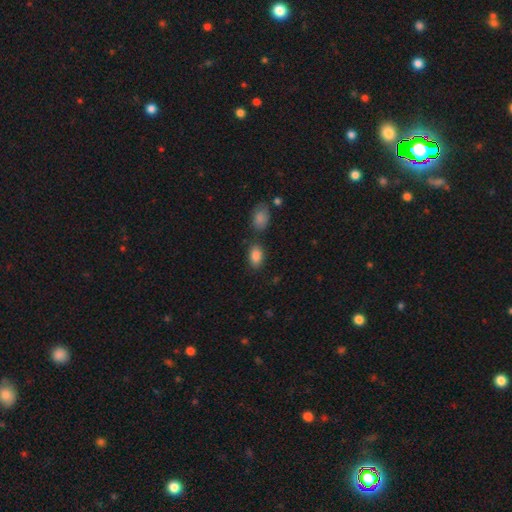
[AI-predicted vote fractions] This appears to be a smooth galaxy with no disk features (86%) that is in between round and cigar-shaped (89%). Merging: none (75%).